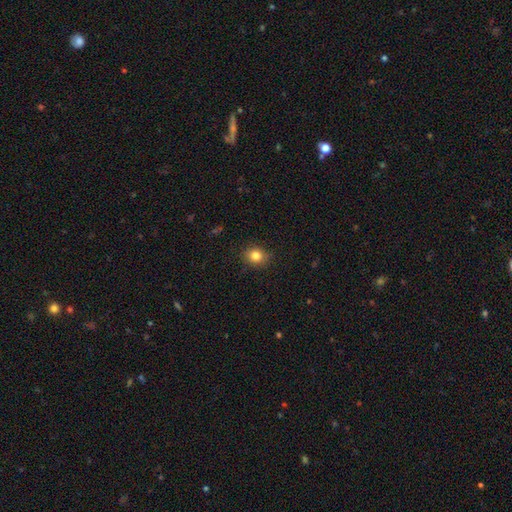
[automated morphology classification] Q: Smooth or featured?
A: smooth (82%); runner-up: star or artifact (11%)
Q: How rounded?
A: round (71%); runner-up: in between (28%)
Q: Merging?
A: none (86%); runner-up: minor disturbance (10%)